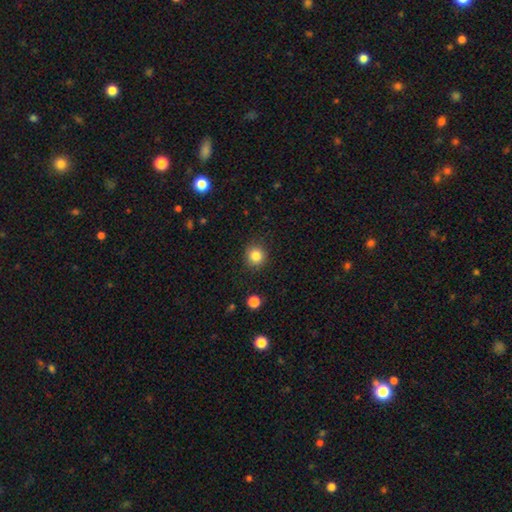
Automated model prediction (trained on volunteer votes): Q: Smooth or featured?
A: smooth (84%); runner-up: star or artifact (11%)
Q: How rounded?
A: round (91%); runner-up: in between (8%)
Q: Merging?
A: none (89%); runner-up: minor disturbance (7%)